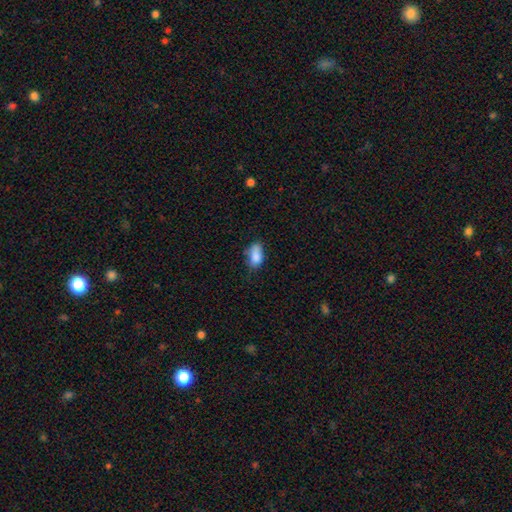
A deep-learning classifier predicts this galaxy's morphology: This appears to be a smooth galaxy with no disk features (83%) that is in between round and cigar-shaped (89%). Merging: none (54%).